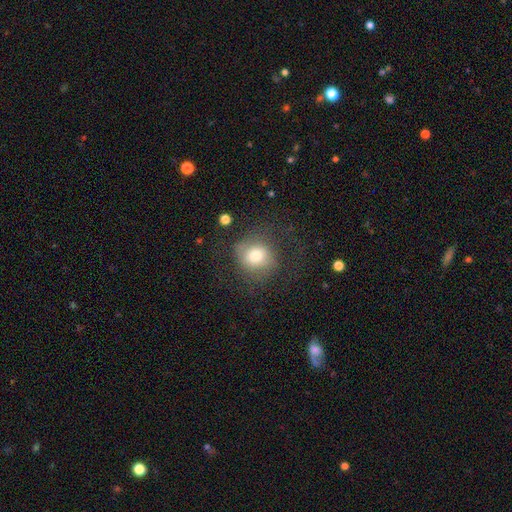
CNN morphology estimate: A smooth galaxy with no disk features (70%) that is round (81%).

Vote fractions:
- Smooth or featured? smooth: 70% / featured or disk: 20% / star or artifact: 10%
- How rounded? round: 81% / in between: 18% / cigar-shaped: 1%
- Merging? none: 61% / major disturbance: 18% / minor disturbance: 18% / merger: 2%